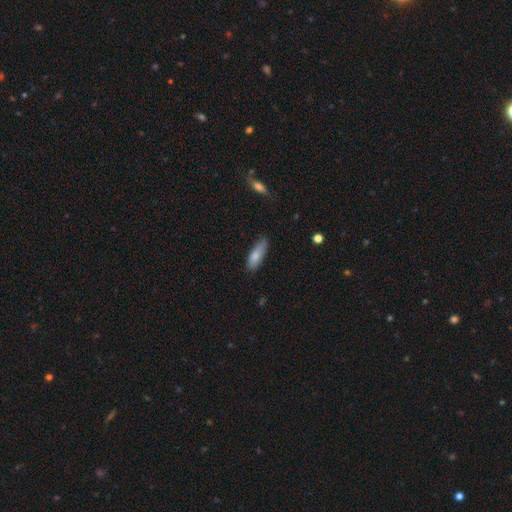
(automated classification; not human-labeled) smooth 79%, featured or disk 14%, star or artifact 7%. Down the decision tree: how rounded — in between (61%); merging — none (68%).